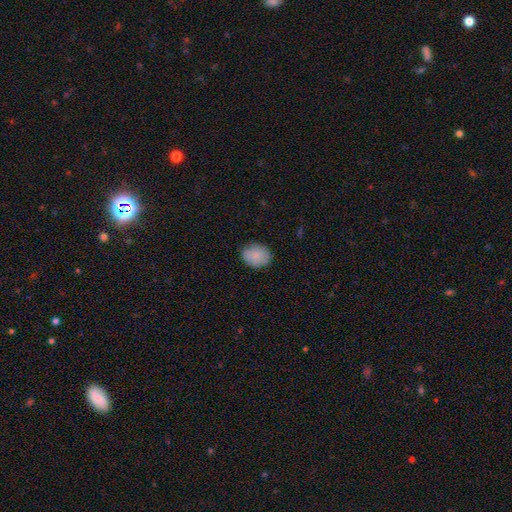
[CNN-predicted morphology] smooth 86%, star or artifact 7%, featured or disk 7%. Down the decision tree: how rounded — in between (50%); merging — none (82%).